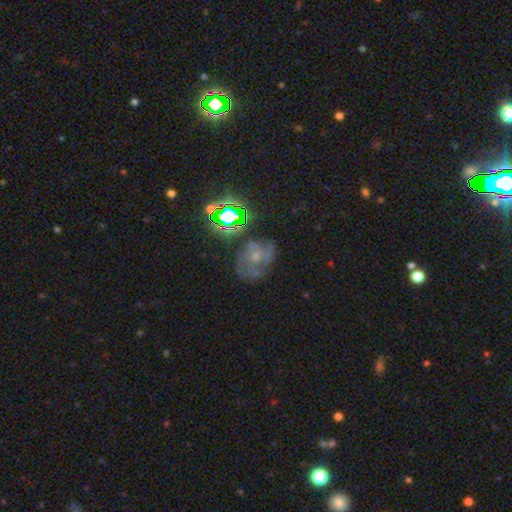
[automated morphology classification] Q: Smooth or featured?
A: featured or disk (55%); runner-up: star or artifact (24%)
Q: Edge-on disk?
A: no (97%); runner-up: yes (3%)
Q: Bar?
A: no (74%); runner-up: weak (22%)
Q: Spiral arms?
A: yes (77%); runner-up: no (23%)
Q: Bulge size?
A: small (56%); runner-up: moderate (32%)
Q: Merging?
A: none (54%); runner-up: minor disturbance (23%)